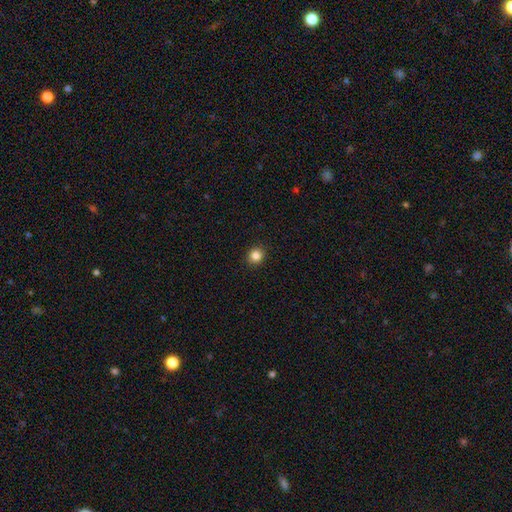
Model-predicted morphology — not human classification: This is clearly a smooth galaxy (85%). How rounded: clearly round (87%). Merging: clearly none (92%).